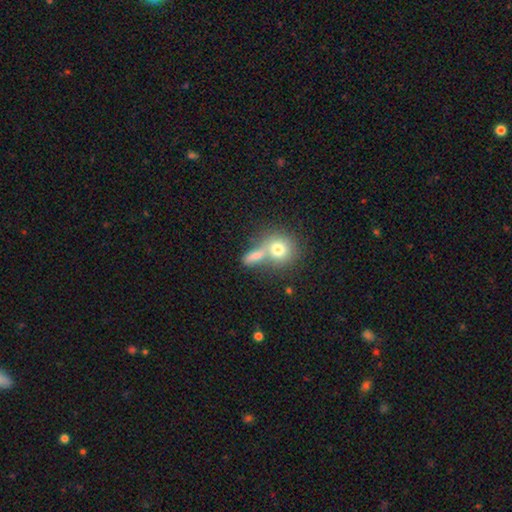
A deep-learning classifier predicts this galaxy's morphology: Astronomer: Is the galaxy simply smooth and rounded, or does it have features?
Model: smooth — 75%.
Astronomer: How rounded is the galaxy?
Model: in between — 48% (runner-up: round, 39%).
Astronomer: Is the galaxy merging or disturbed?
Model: merger — 47% (runner-up: none, 38%).